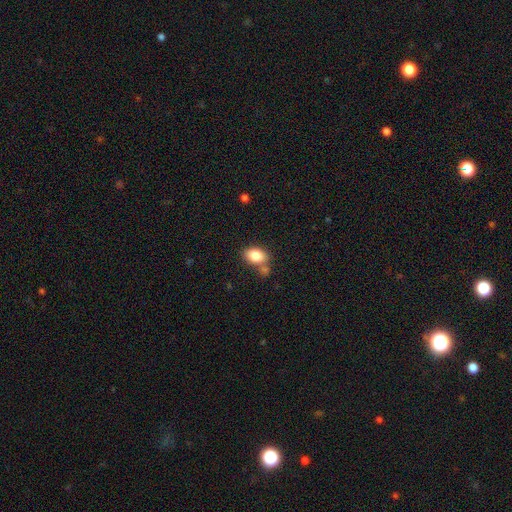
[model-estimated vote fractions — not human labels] Smooth or featured: smooth — 85% (star or artifact — 8%)
How rounded: in between — 84% (round — 15%)
Merging: none — 59% (merger — 21%)